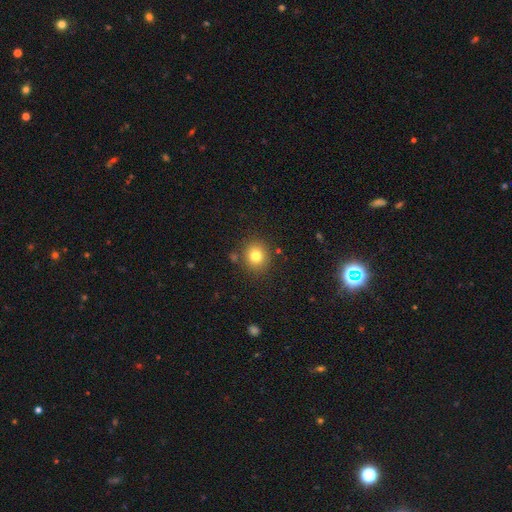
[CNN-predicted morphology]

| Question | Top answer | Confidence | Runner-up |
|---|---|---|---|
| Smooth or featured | smooth | 79% | star or artifact (12%) |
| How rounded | round | 83% | in between (16%) |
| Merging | none | 85% | minor disturbance (9%) |